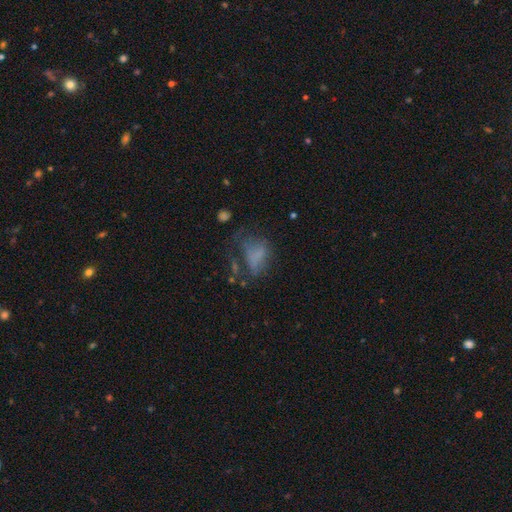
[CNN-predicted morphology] type=smooth (53%); roundness=in between (76%); merging=major disturbance (43%).